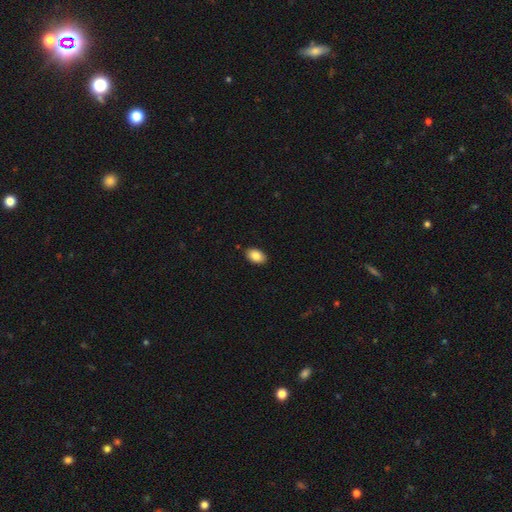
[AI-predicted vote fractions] A smooth galaxy with no disk features (87%) that is in between round and cigar-shaped (91%). Merging: none (89%).